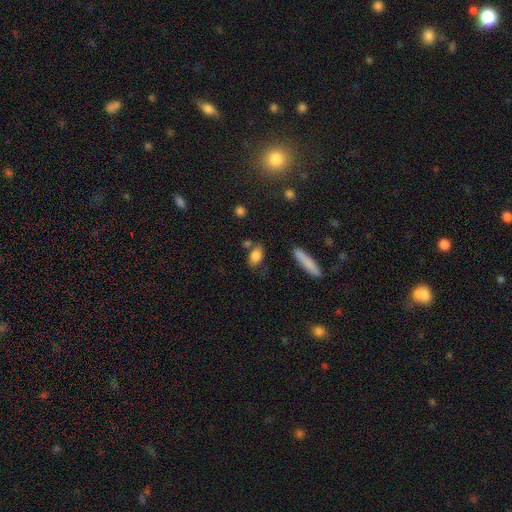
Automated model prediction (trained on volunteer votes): Smooth or featured? Predicted: smooth (p=0.84). How rounded? Predicted: in between (p=0.81). Merging? Predicted: none (p=0.64).